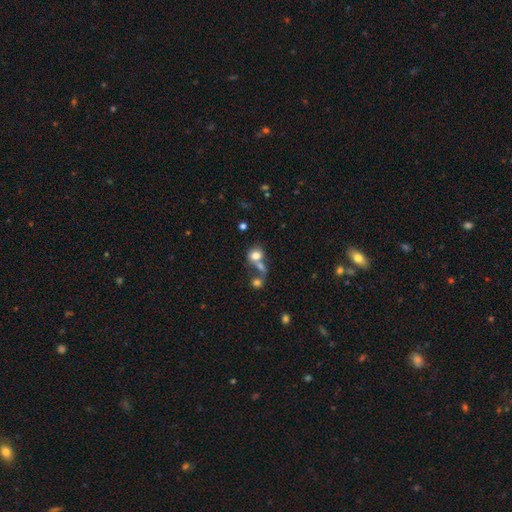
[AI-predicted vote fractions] Smooth or featured: smooth — 75% (featured or disk — 15%)
How rounded: round — 63% (in between — 35%)
Merging: merger — 54% (none — 28%)